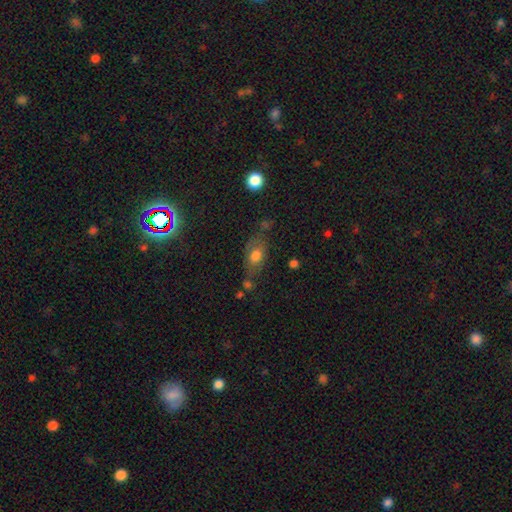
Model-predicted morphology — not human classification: smooth 71%, featured or disk 19%, star or artifact 10%. Down the decision tree: how rounded — in between (82%); merging — none (59%).